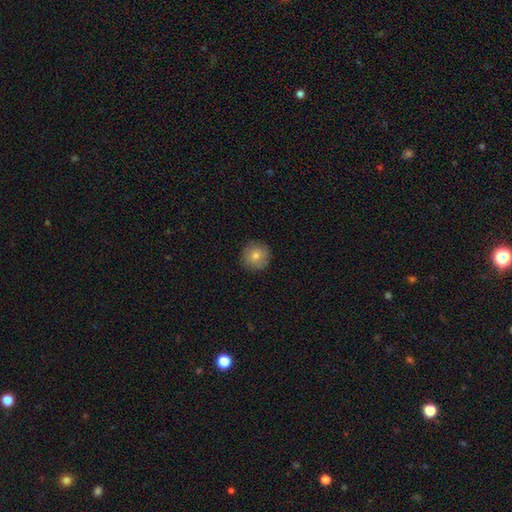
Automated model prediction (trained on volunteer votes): This appears to be a smooth galaxy with no disk features (75%) that is round (94%). Merging: none (88%).